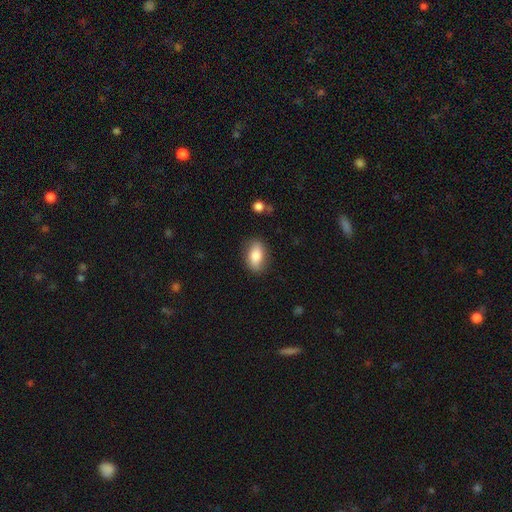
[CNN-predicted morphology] This appears to be a smooth galaxy with no disk features (81%) that is in between round and cigar-shaped (87%). Merging: none (84%).